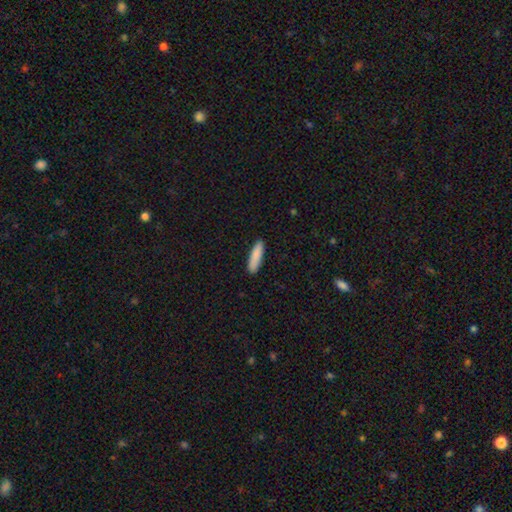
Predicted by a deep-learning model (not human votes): The model was most divided on "how rounded": cigar-shaped: 72%, in between: 27%, round: 1%. More confident: merging — none (89%); smooth or featured — smooth (87%).